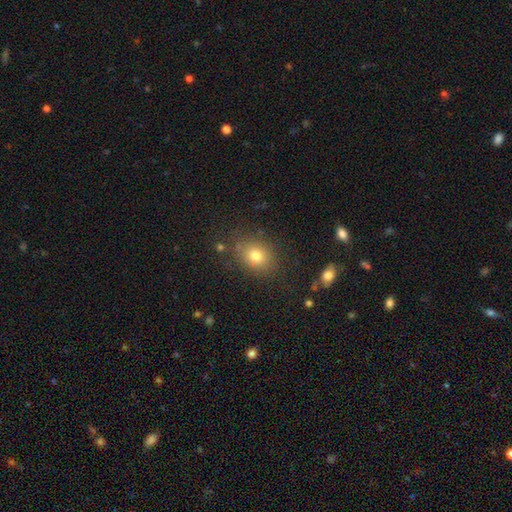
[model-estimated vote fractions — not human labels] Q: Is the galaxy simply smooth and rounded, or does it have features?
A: smooth — 76%.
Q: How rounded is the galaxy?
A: round — 53%.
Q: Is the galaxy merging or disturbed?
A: none — 81%.